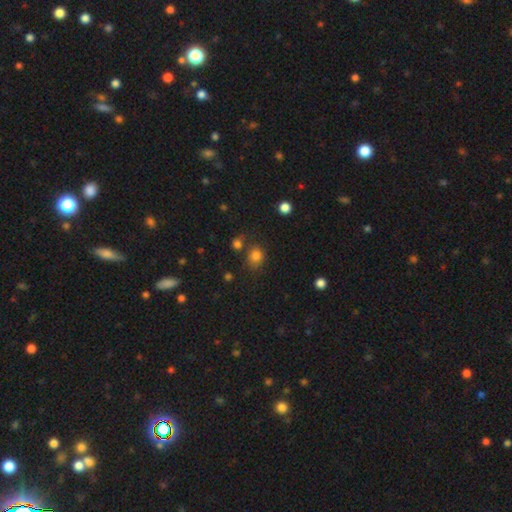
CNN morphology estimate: Overall: smooth (81%). How rounded: round (71%). Merging: none (67%).